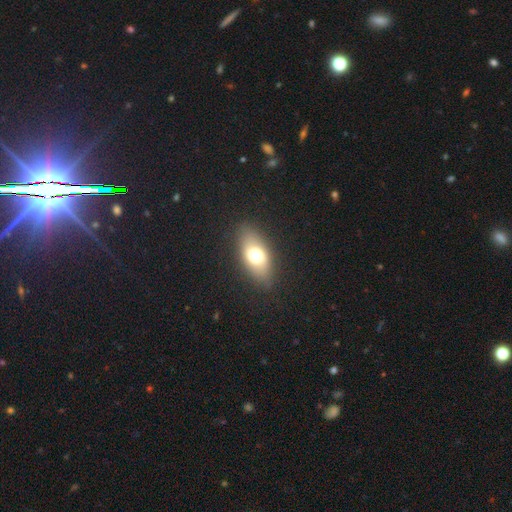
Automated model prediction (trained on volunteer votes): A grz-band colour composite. It shows a smooth galaxy with no disk features (67%) that is in between round and cigar-shaped (82%). Merging: none (85%).